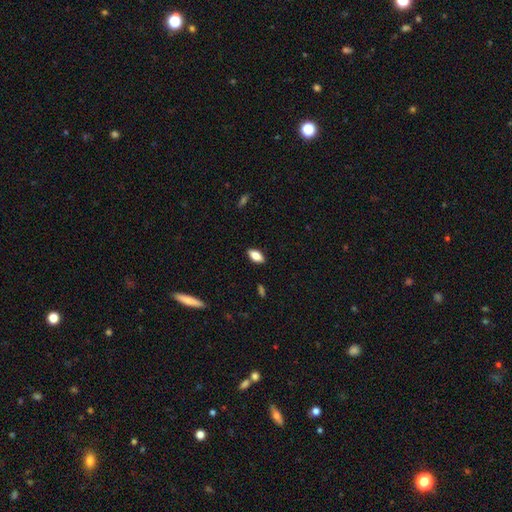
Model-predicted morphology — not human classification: smooth 80%, featured or disk 12%, star or artifact 8%. Down the decision tree: how rounded — in between (87%); merging — none (88%).